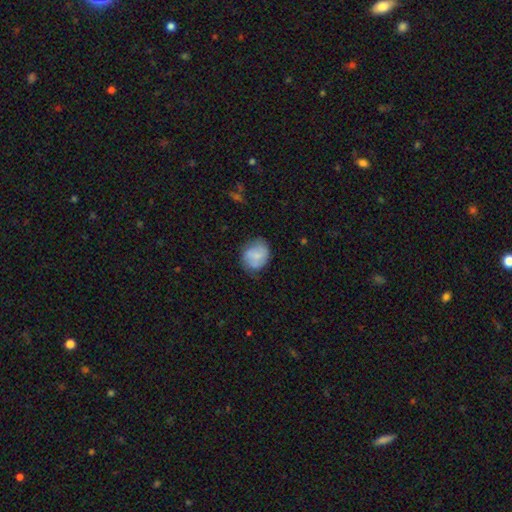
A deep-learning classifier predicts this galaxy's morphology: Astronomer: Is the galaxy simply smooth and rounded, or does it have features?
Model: smooth — 71%.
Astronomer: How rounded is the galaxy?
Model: round — 65%.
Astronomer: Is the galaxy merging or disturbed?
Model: none — 61%.